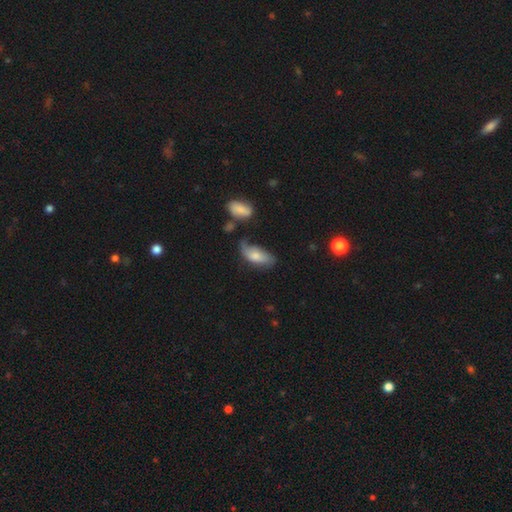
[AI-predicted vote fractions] Smooth or featured? smooth (65%)
How rounded? in between (89%)
Merging? none (35%, tied with minor disturbance)